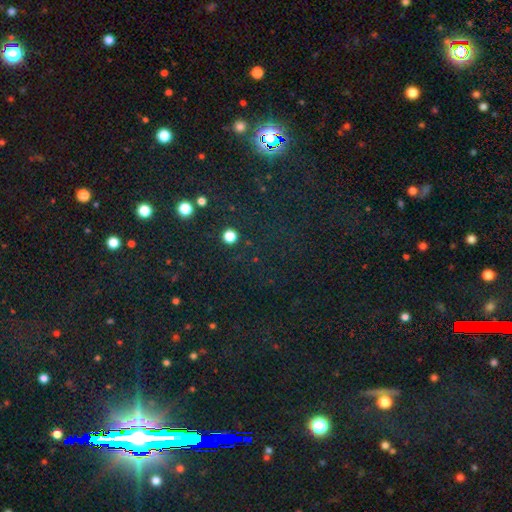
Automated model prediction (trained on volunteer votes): smooth_or_featured: star or artifact (p=0.80) [alt: smooth p=0.12]